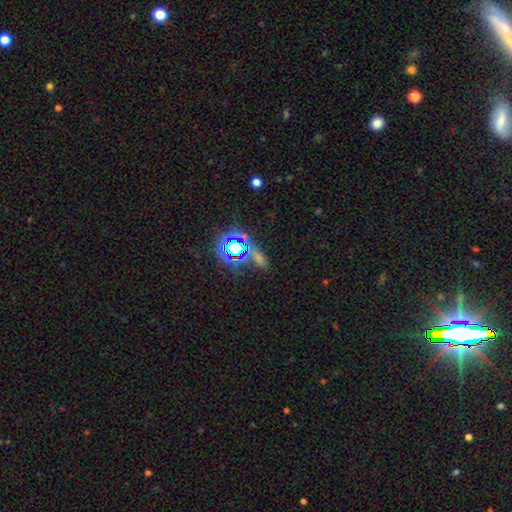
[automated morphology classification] Q: Smooth or featured?
A: star or artifact (61%); runner-up: smooth (27%)